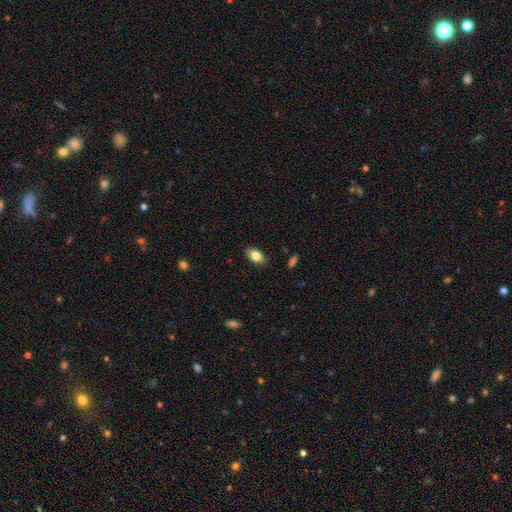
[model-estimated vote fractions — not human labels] Morphology: type=smooth (81%); roundness=in between (90%); merging=none (87%).